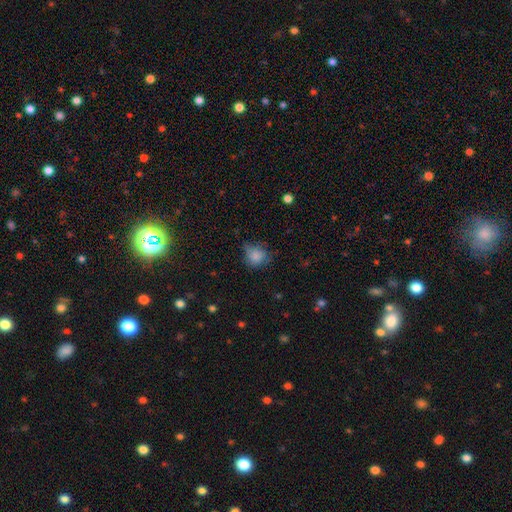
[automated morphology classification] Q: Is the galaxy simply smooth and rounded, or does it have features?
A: smooth — 82%.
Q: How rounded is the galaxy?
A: round — 77%.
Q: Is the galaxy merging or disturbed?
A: none — 56%.